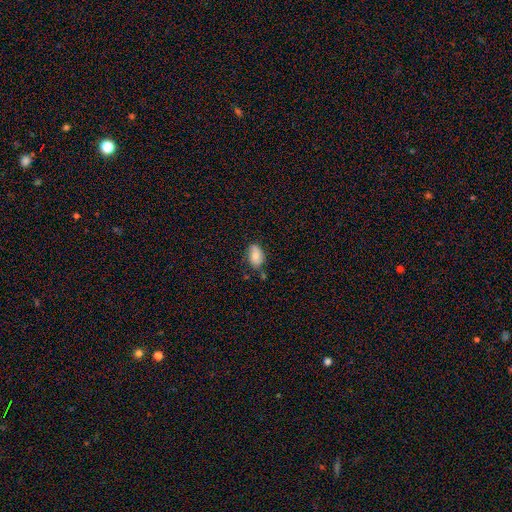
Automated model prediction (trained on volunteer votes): The model was most divided on "merging": none: 64%, minor disturbance: 26%, major disturbance: 5%, merger: 5%. More confident: how rounded — in between (88%); smooth or featured — smooth (75%).